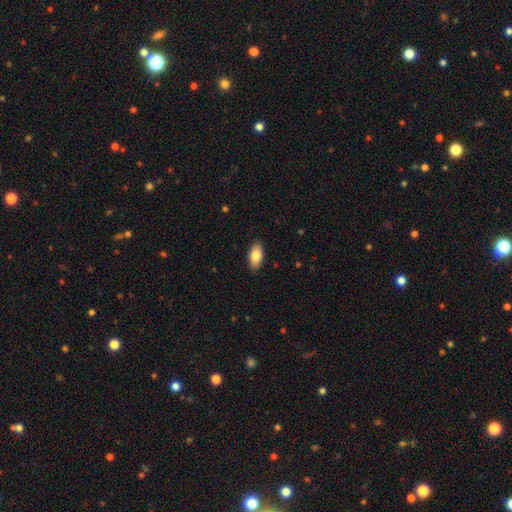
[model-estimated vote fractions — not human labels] Smooth or featured?
  - smooth: 83% *
  - featured or disk: 11%
  - star or artifact: 6%
How rounded?
  - in between: 92% *
  - cigar-shaped: 5%
  - round: 3%
Merging?
  - none: 89% *
  - minor disturbance: 9%
  - major disturbance: 2%
  - merger: 1%